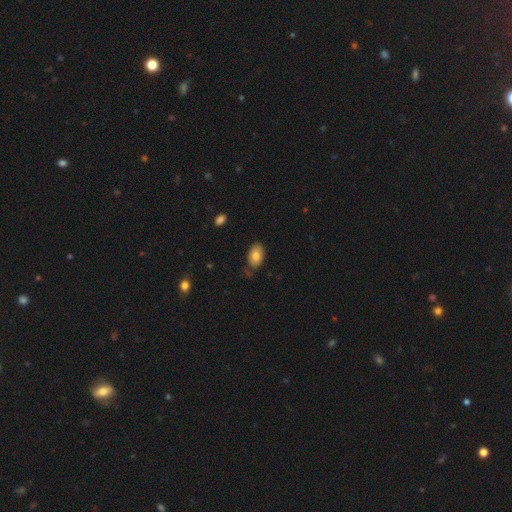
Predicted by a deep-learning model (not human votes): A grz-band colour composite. It shows a smooth galaxy with no disk features (80%) that is in between round and cigar-shaped (92%). Merging: none (74%).